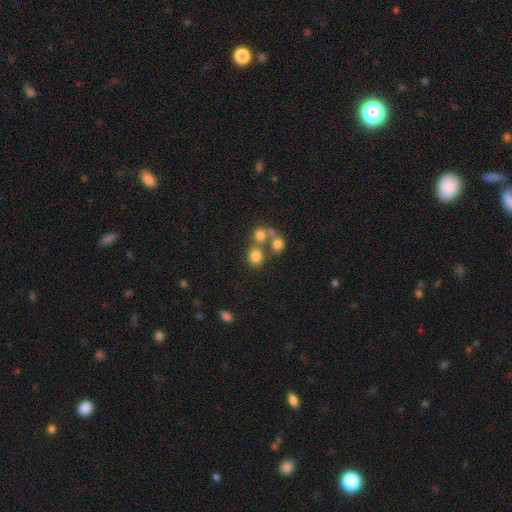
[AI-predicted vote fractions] smooth_or_featured: smooth (p=0.76) [alt: star or artifact p=0.13]
how_rounded: round (p=0.68) [alt: in between p=0.31]
merging: none (p=0.51) [alt: merger p=0.35]